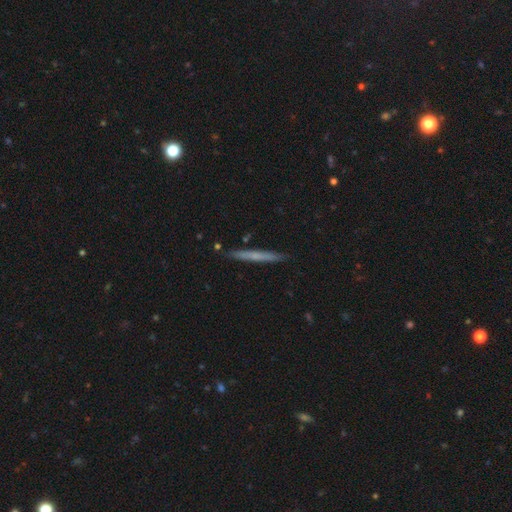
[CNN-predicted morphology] This appears to be a smooth galaxy with no disk features (53%) that is cigar-shaped (97%). Merging: none (90%).